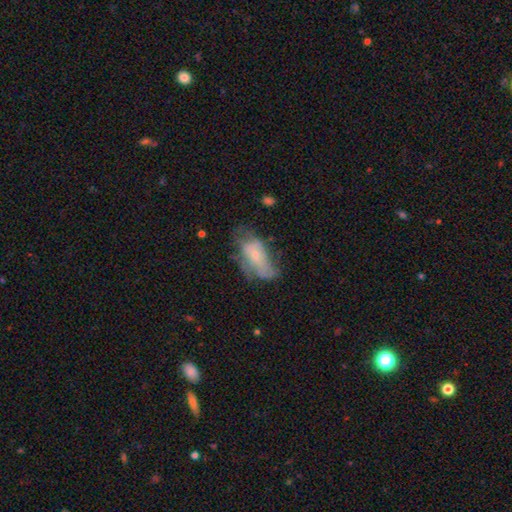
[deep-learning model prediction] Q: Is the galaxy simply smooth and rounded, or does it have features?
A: featured or disk — 48%.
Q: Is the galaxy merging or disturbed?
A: major disturbance — 35%.